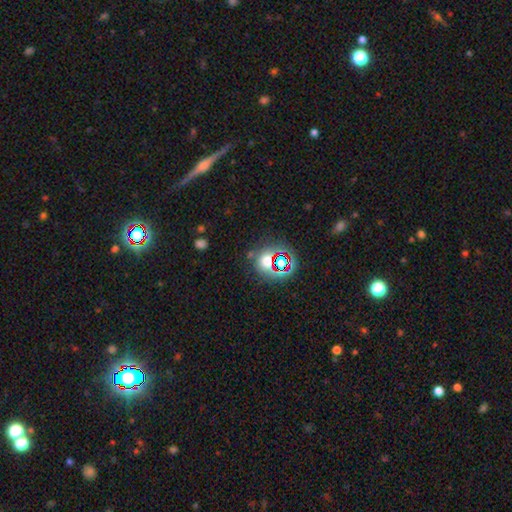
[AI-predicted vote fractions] This is possibly a star or artifact rather than a galaxy (53%).